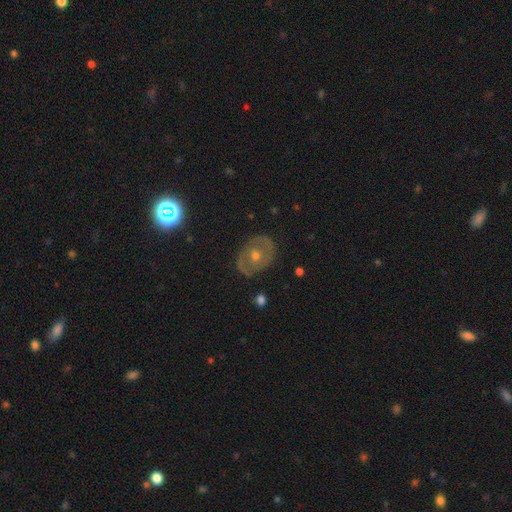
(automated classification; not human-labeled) Q: Smooth or featured?
A: featured or disk (68%); runner-up: smooth (22%)
Q: Edge-on disk?
A: no (95%); runner-up: yes (5%)
Q: Bar?
A: no (70%); runner-up: weak (23%)
Q: Spiral arms?
A: yes (55%); runner-up: no (45%)
Q: Bulge size?
A: moderate (63%); runner-up: small (32%)
Q: Merging?
A: none (82%); runner-up: minor disturbance (12%)